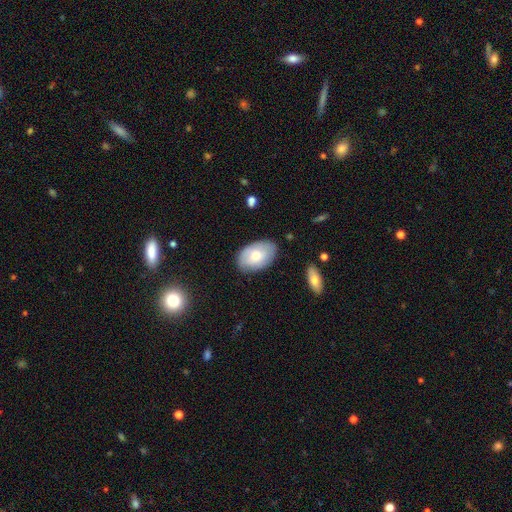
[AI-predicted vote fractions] smooth_or_featured: smooth (p=0.70) [alt: featured or disk p=0.24]
how_rounded: in between (p=0.92) [alt: round p=0.07]
merging: none (p=0.79) [alt: minor disturbance p=0.16]